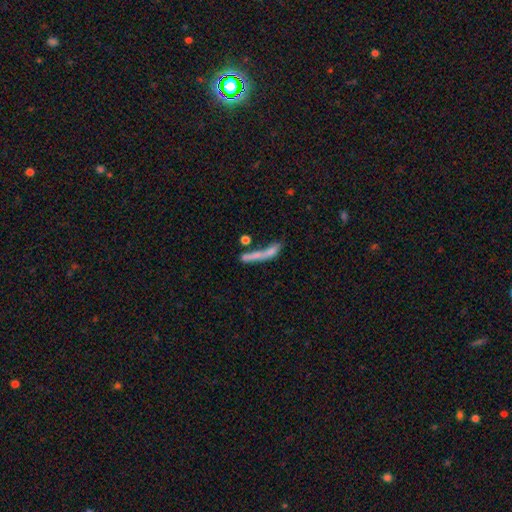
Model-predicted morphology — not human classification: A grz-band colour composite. It shows a smooth galaxy with no disk features (60%) that is cigar-shaped (81%). Merging: none (35%).